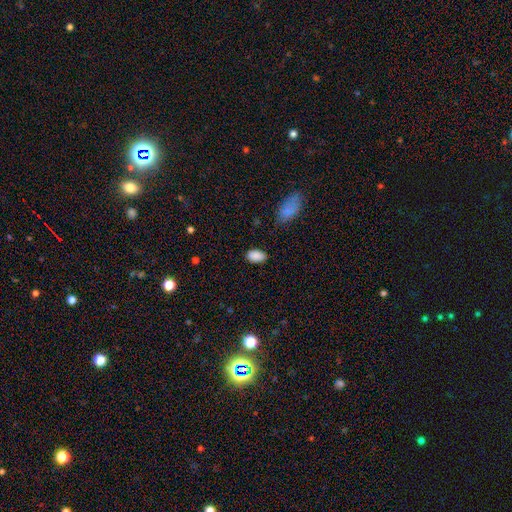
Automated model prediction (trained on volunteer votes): A smooth galaxy with no disk features (89%) that is in between round and cigar-shaped (93%). Merging: none (83%).